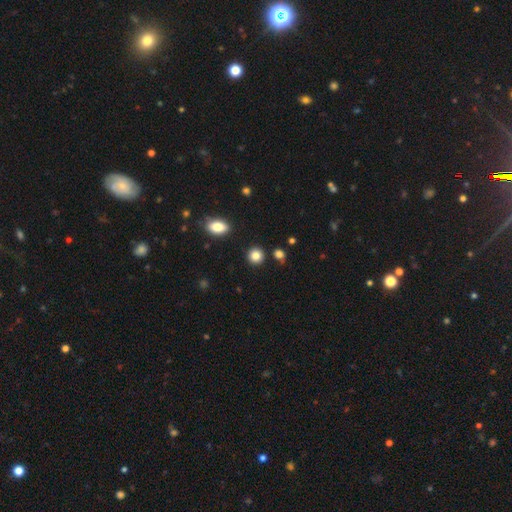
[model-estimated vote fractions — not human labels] Smooth or featured?
  - smooth: 85% *
  - star or artifact: 10%
  - featured or disk: 5%
How rounded?
  - round: 90% *
  - in between: 9%
  - cigar-shaped: 1%
Merging?
  - none: 88% *
  - minor disturbance: 6%
  - merger: 3%
  - major disturbance: 2%